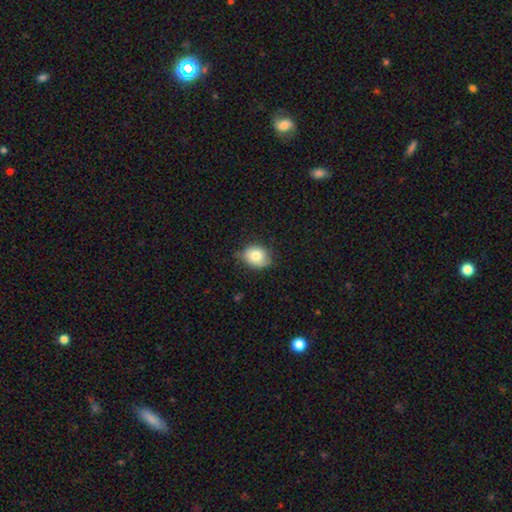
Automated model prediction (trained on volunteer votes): A smooth galaxy with no disk features (79%) that is in between round and cigar-shaped (51%). Merging: none (64%).